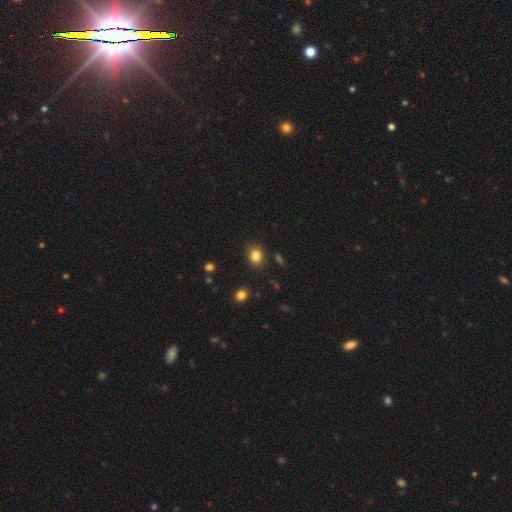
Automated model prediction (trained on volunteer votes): Morphology: type=smooth (83%); roundness=round (64%); merging=none (86%).